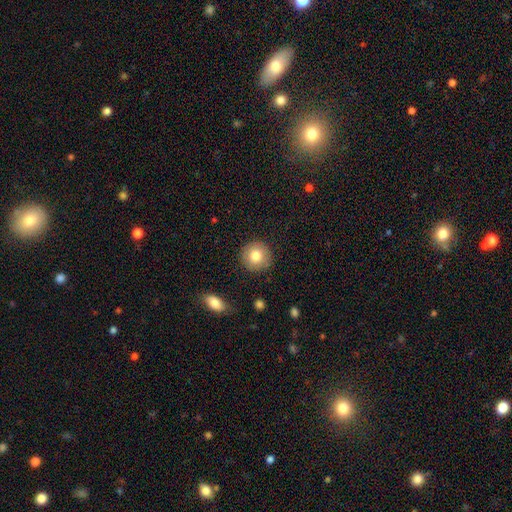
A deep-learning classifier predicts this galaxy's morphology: A smooth galaxy with no disk features (81%) that is round (93%).

Vote fractions:
- Smooth or featured? smooth: 81% / featured or disk: 11% / star or artifact: 8%
- How rounded? round: 93% / in between: 6% / cigar-shaped: 1%
- Merging? none: 89% / minor disturbance: 8% / major disturbance: 2% / merger: 1%